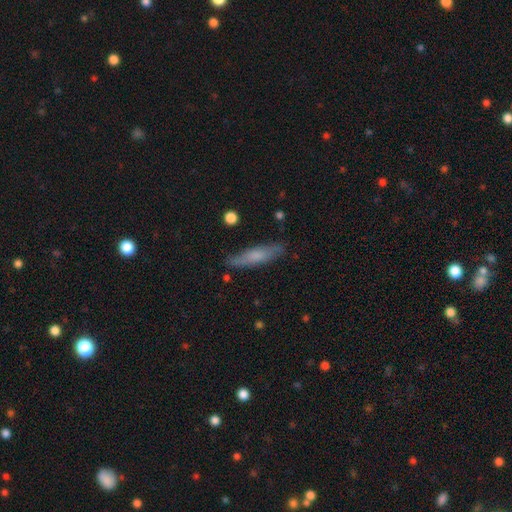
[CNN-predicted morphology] smooth_or_featured: smooth (p=0.62) [alt: featured or disk p=0.31]
how_rounded: cigar-shaped (p=0.82) [alt: in between p=0.17]
merging: none (p=0.82) [alt: minor disturbance p=0.14]